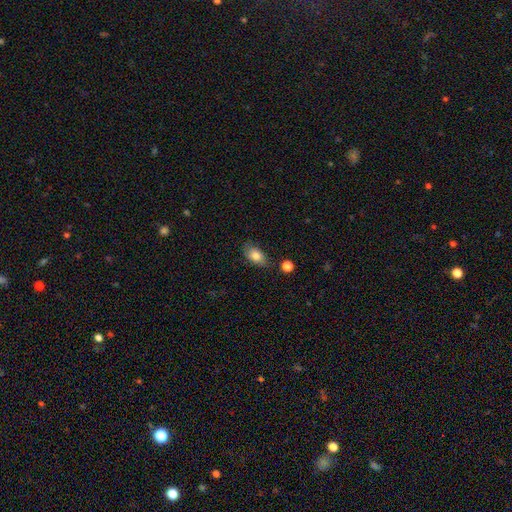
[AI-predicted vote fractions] This appears to be a smooth galaxy with no disk features (80%) that is in between round and cigar-shaped (88%). Merging: none (69%).